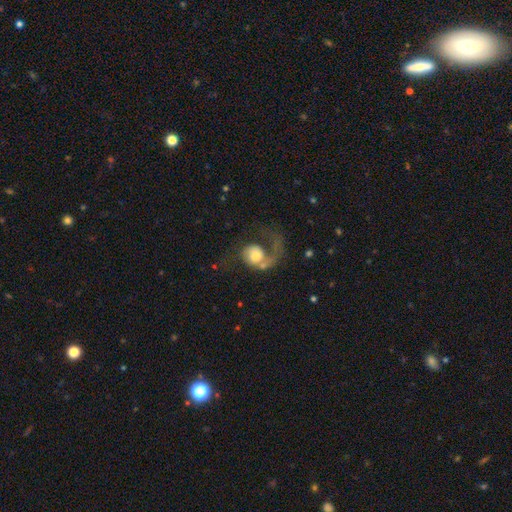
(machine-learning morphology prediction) Smooth or featured? Predicted: featured or disk (p=0.61). Edge-on disk? Predicted: no (p=0.98). Bar? Predicted: no (p=0.73). Spiral arms? Predicted: yes (p=0.86). Spiral winding? Predicted: loose (p=0.63). Spiral arm count? Predicted: 1 (p=0.77). Bulge size? Predicted: moderate (p=0.42). Merging? Predicted: major disturbance (p=0.51).